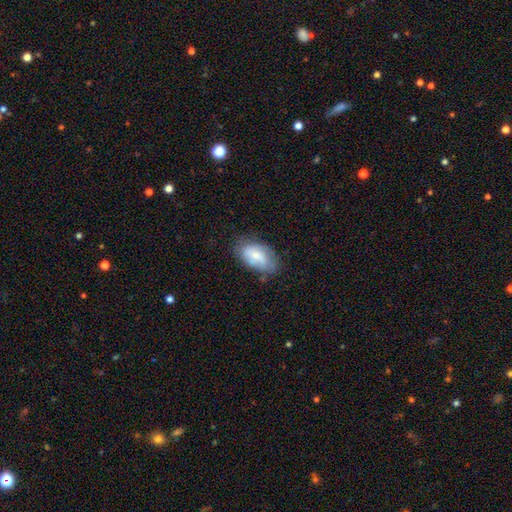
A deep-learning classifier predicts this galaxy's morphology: Overall: smooth (70%). How rounded: in between (93%). Merging: none (63%; minor disturbance 27%).